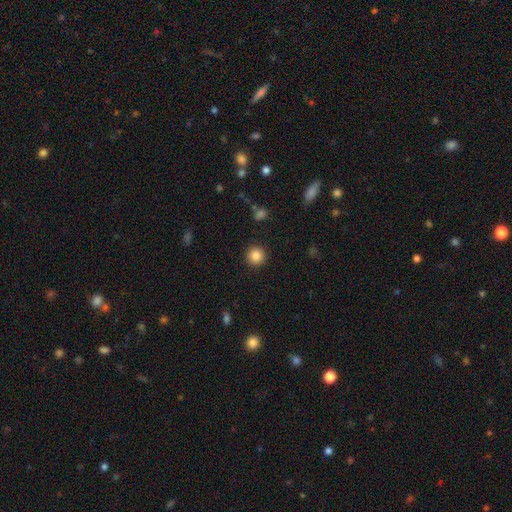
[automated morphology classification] Smooth or featured? Predicted: smooth (p=0.86). How rounded? Predicted: round (p=0.95). Merging? Predicted: none (p=0.92).